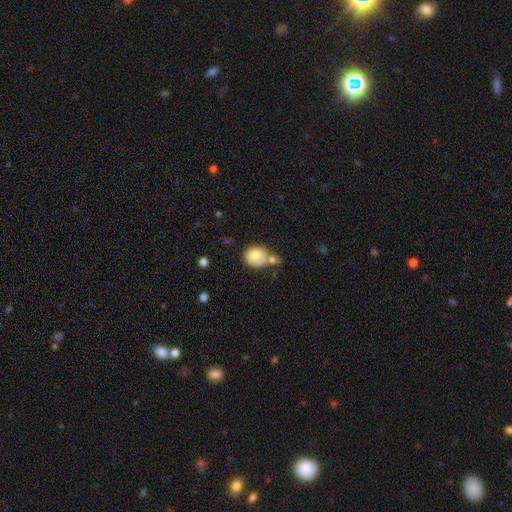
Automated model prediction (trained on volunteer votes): Q: Smooth or featured?
A: smooth (73%); runner-up: featured or disk (20%)
Q: How rounded?
A: round (67%); runner-up: in between (32%)
Q: Merging?
A: none (41%); runner-up: merger (33%)